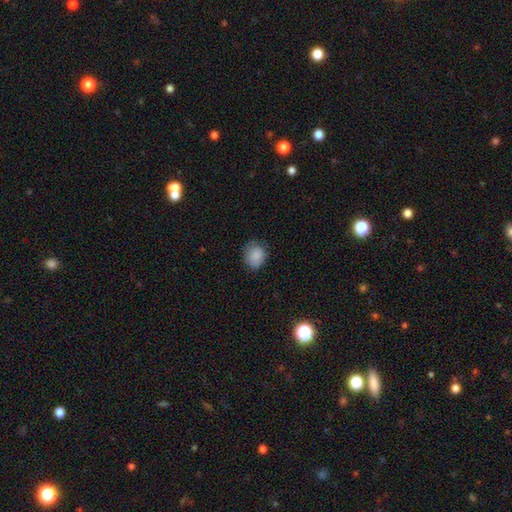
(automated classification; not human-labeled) Overall: smooth (86%). How rounded: round (62%; in between 37%). Merging: none (71%).